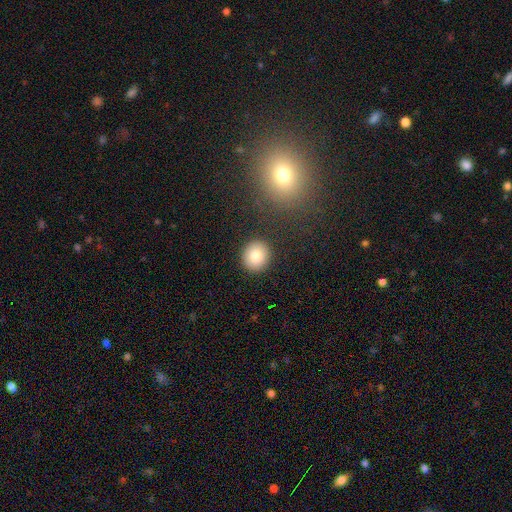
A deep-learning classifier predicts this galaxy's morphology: Smooth or featured: smooth — 82% (star or artifact — 9%)
How rounded: round — 84% (in between — 15%)
Merging: none — 90% (minor disturbance — 6%)